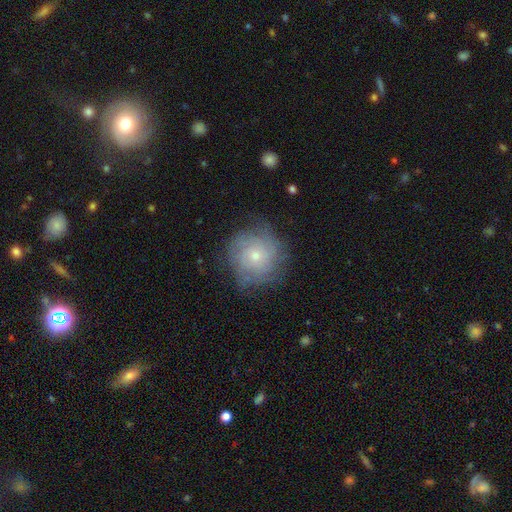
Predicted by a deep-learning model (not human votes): Smooth or featured?
  - featured or disk: 55% *
  - smooth: 35%
  - star or artifact: 10%
Edge-on disk?
  - no: 97% *
  - yes: 3%
Bar?
  - no: 84% *
  - weak: 13%
  - strong: 2%
Spiral arms?
  - yes: 79% *
  - no: 21%
Bulge size?
  - small: 71% *
  - moderate: 25%
  - large: 2%
  - none: 1%
  - dominant: 1%
Merging?
  - none: 72% *
  - minor disturbance: 19%
  - major disturbance: 8%
  - merger: 1%